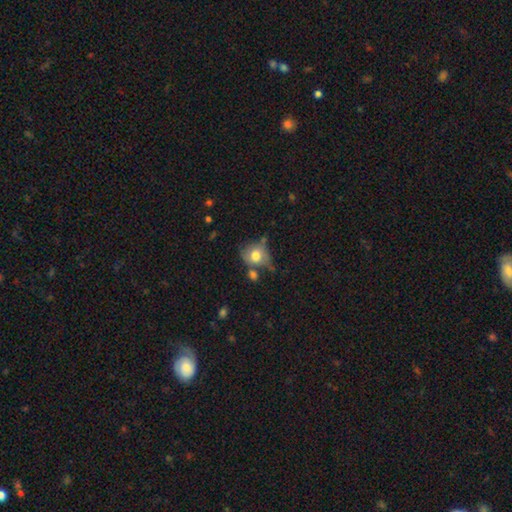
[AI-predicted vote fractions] smooth-or-featured: smooth: 71% | featured or disk: 21% | star or artifact: 8%
  how-rounded: round: 61% | in between: 37% | cigar-shaped: 1%
  merging: none: 42% | minor disturbance: 27% | merger: 17% | major disturbance: 13%